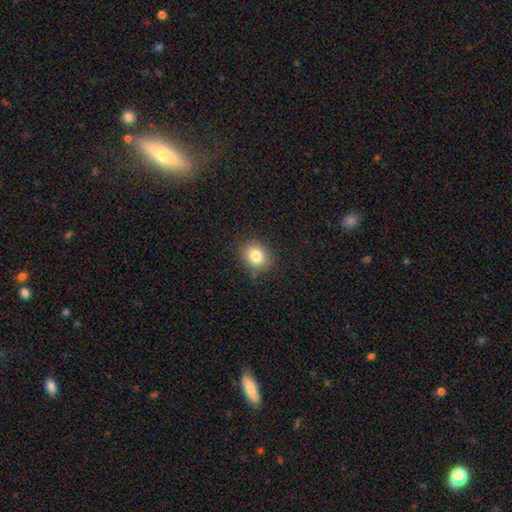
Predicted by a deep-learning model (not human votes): smooth-or-featured: smooth: 81% | star or artifact: 11% | featured or disk: 8%
  how-rounded: round: 66% | in between: 33% | cigar-shaped: 1%
  merging: none: 85% | minor disturbance: 11% | major disturbance: 3% | merger: 1%